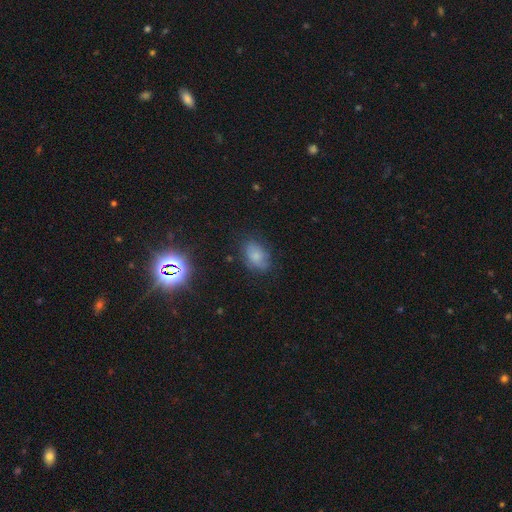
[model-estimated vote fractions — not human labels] Q: Smooth or featured?
A: smooth (67%); runner-up: featured or disk (17%)
Q: How rounded?
A: in between (83%); runner-up: round (16%)
Q: Merging?
A: none (71%); runner-up: minor disturbance (20%)